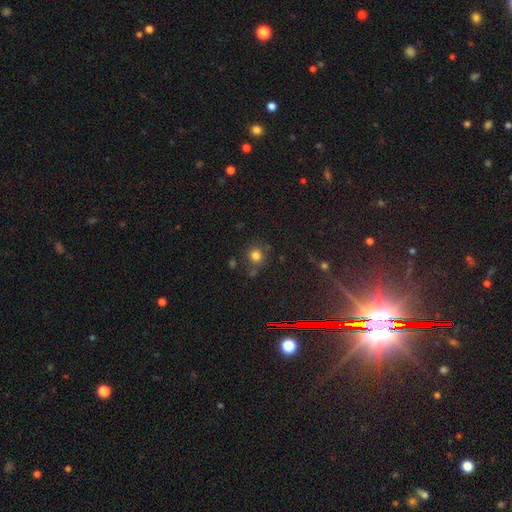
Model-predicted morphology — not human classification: smooth 77%, star or artifact 16%, featured or disk 6%. Down the decision tree: how rounded — round (89%); merging — none (75%).